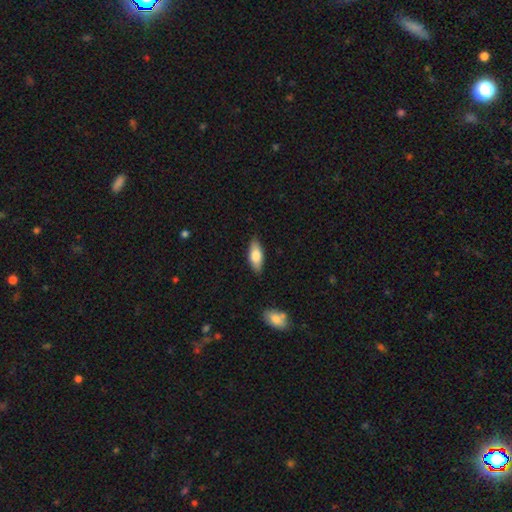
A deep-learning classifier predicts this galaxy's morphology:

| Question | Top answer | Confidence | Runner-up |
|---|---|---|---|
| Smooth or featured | smooth | 76% | featured or disk (18%) |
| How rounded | in between | 76% | cigar-shaped (21%) |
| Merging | none | 85% | minor disturbance (12%) |